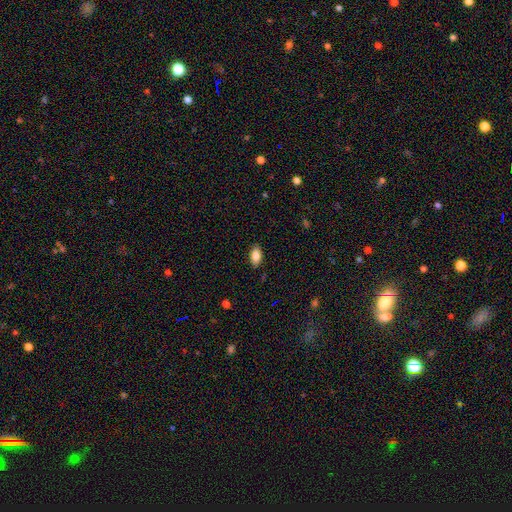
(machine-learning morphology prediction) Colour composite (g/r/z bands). It shows a smooth galaxy with no disk features (86%) that is in between round and cigar-shaped (92%). Merging: none (87%).